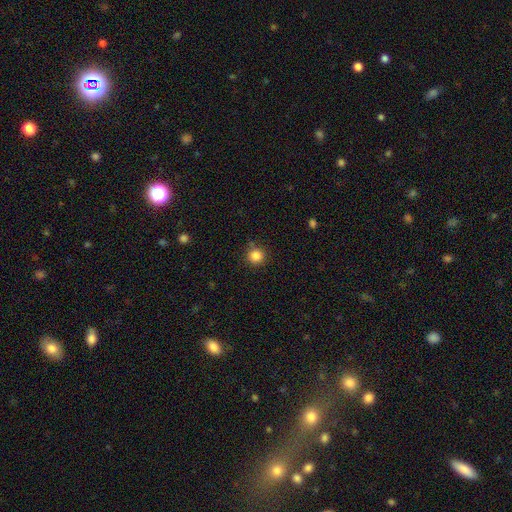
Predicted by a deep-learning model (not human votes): This is clearly a smooth galaxy (85%). How rounded: clearly round (94%). Merging: clearly none (84%).